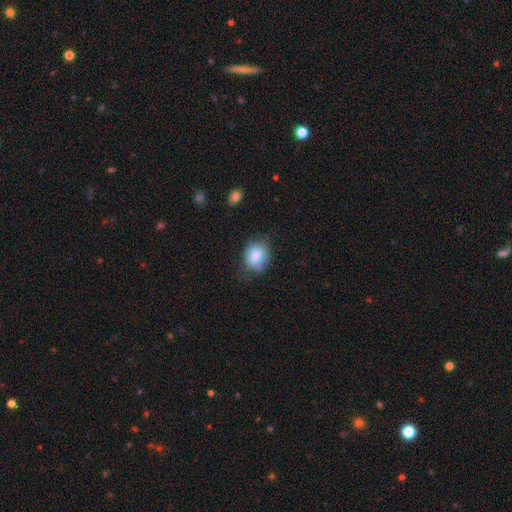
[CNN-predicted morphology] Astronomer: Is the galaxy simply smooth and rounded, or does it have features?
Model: smooth — 81%.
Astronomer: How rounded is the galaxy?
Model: round — 62% (runner-up: in between, 37%).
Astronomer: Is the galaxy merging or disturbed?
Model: none — 64%.